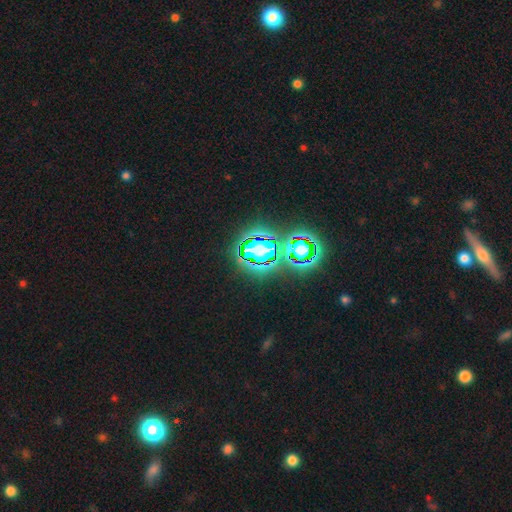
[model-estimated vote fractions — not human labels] star or artifact 79%, smooth 13%, featured or disk 8%.